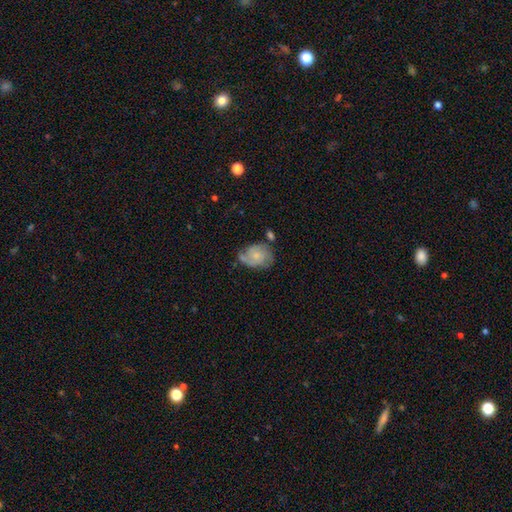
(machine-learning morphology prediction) This appears to be a featured or disk galaxy (51%). Merging: none (48%).